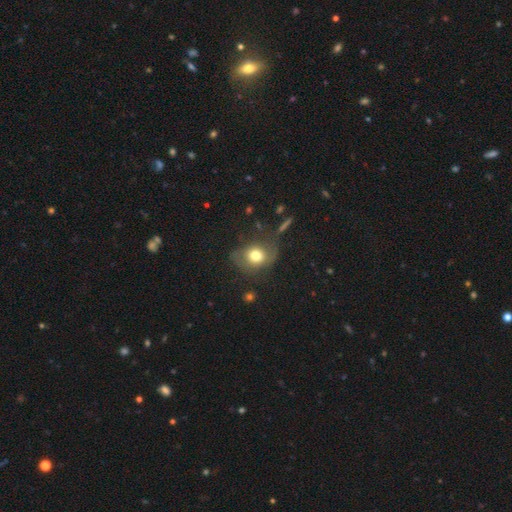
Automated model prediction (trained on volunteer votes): Smooth or featured: smooth — 69% (featured or disk — 21%)
How rounded: round — 57% (in between — 41%)
Merging: none — 56% (minor disturbance — 24%)